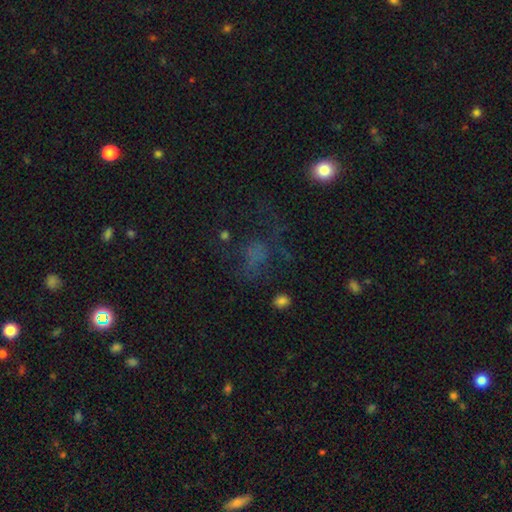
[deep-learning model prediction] smooth-or-featured: smooth: 43% | star or artifact: 31% | featured or disk: 26%
  merging: none: 42% | major disturbance: 37% | minor disturbance: 17% | merger: 4%